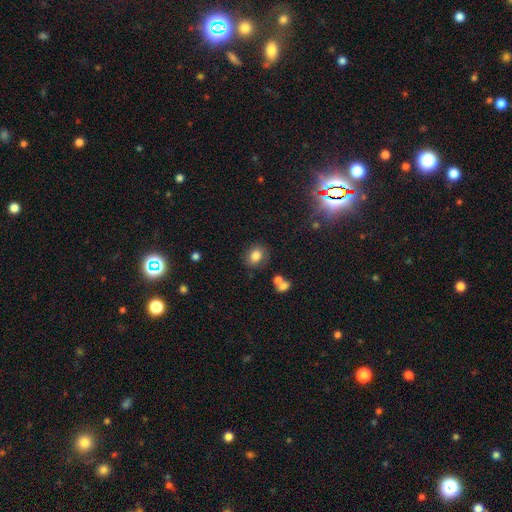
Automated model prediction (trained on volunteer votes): A smooth galaxy with no disk features (82%) that is round (56%). Merging: none (79%).